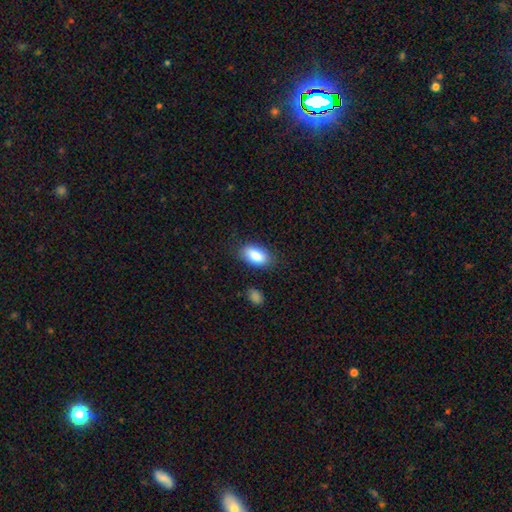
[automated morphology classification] Smooth or featured: smooth — 87% (featured or disk — 7%)
How rounded: in between — 93% (round — 4%)
Merging: none — 81% (minor disturbance — 14%)